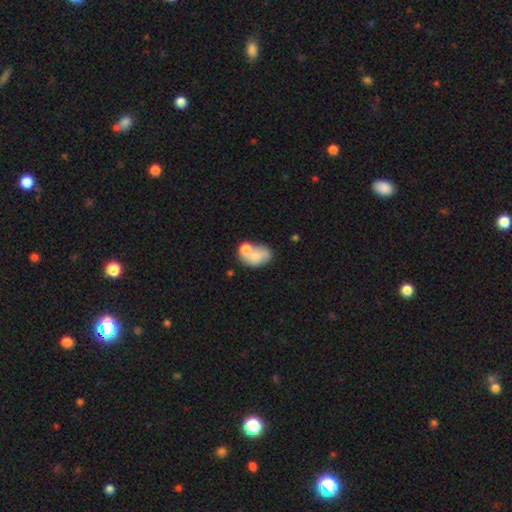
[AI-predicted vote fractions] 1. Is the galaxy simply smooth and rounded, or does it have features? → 66% smooth, 25% featured or disk, 9% star or artifact.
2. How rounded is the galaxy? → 80% in between, 19% round, 1% cigar-shaped.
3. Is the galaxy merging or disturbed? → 42% merger, 32% none, 16% minor disturbance, 10% major disturbance.